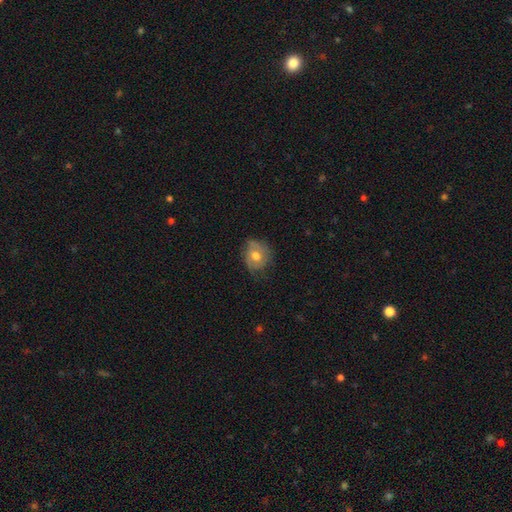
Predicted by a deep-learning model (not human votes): Smooth or featured: smooth — 53% (featured or disk — 39%)
How rounded: round — 68% (in between — 31%)
Merging: none — 59% (minor disturbance — 29%)